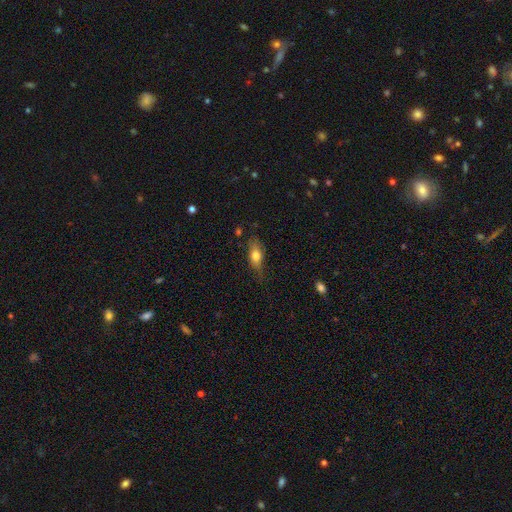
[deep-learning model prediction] A smooth galaxy with no disk features (67%) that is in between round and cigar-shaped (74%). Merging: none (62%).